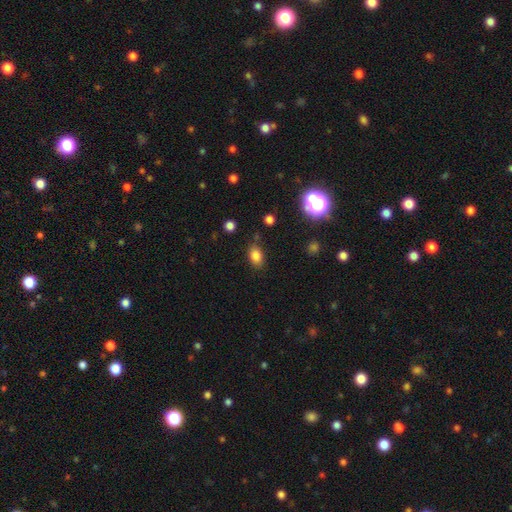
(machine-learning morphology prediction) This appears to be a smooth galaxy with no disk features (81%) that is in between round and cigar-shaped (79%). Merging: none (77%).